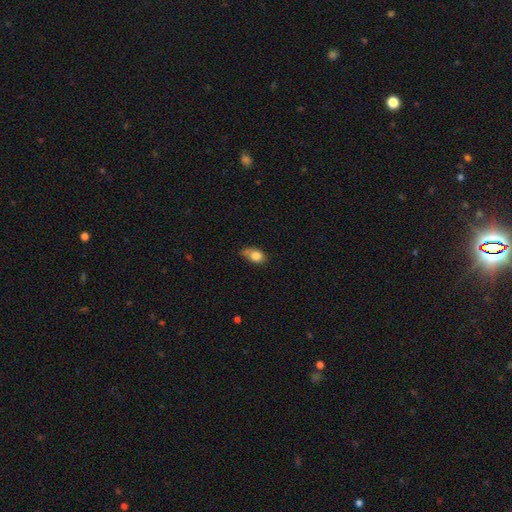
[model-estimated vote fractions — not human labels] A smooth galaxy with no disk features (80%) that is in between round and cigar-shaped (70%). Merging: none (44%).